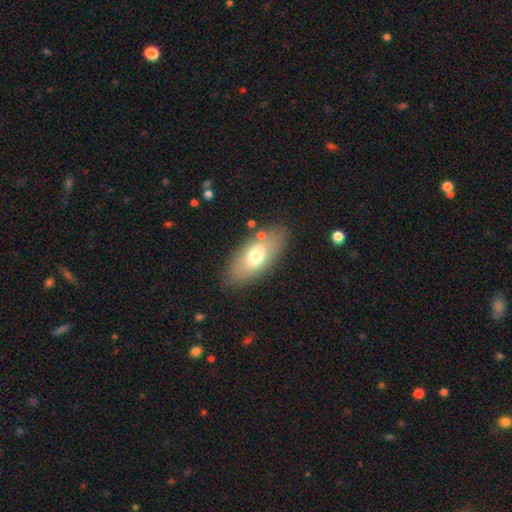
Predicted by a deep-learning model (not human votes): Morphology: type=smooth (67%); roundness=in between (87%); merging=none (80%).